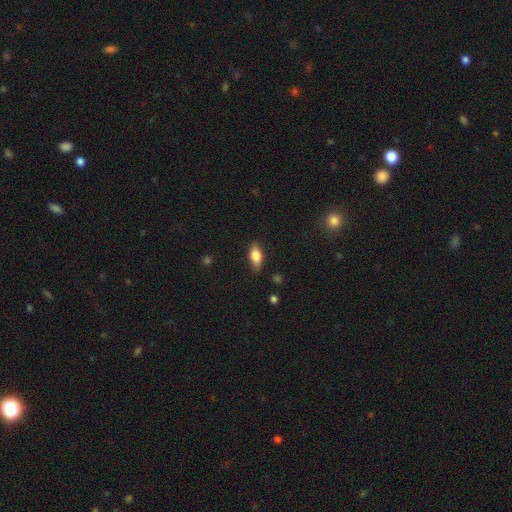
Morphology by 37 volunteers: Smooth or featured?
  - smooth: 65% *
  - featured or disk: 30%
  - star or artifact: 5%
How rounded?
  - in between: 75% *
  - cigar-shaped: 17%
  - round: 8%
Merging?
  - none: 83% *
  - minor disturbance: 11%
  - major disturbance: 6%
  - merger: 0%